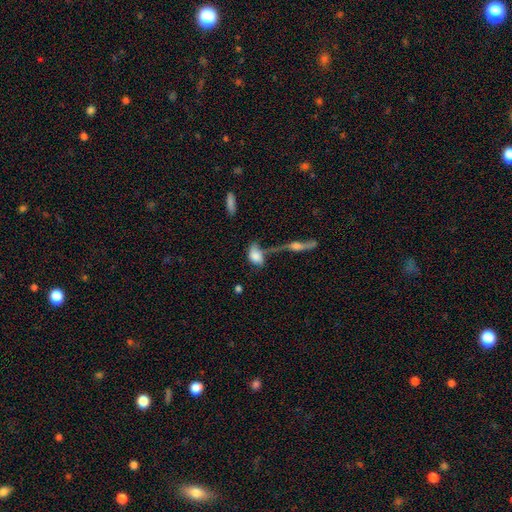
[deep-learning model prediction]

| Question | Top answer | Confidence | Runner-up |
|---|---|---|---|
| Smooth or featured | smooth | 69% | featured or disk (22%) |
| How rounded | in between | 85% | round (10%) |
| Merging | merger | 42% | none (26%) |